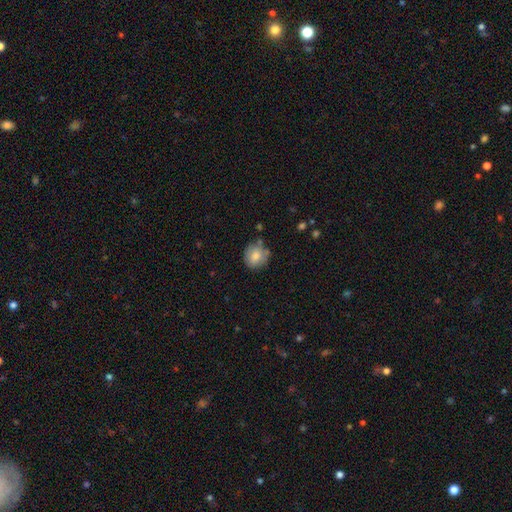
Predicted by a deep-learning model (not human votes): The model was most divided on "merging": none: 72%, minor disturbance: 19%, merger: 6%, major disturbance: 4%. More confident: how rounded — round (86%); smooth or featured — smooth (80%).